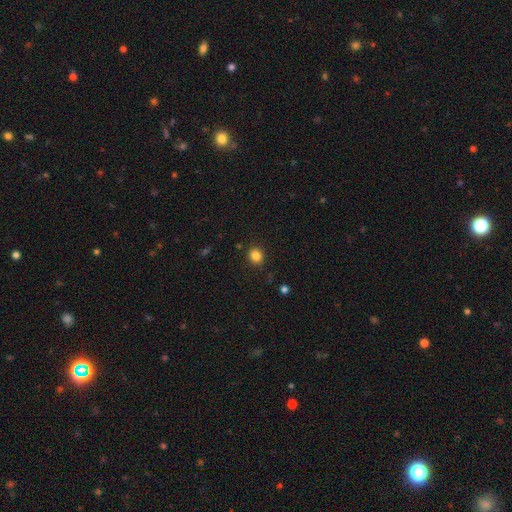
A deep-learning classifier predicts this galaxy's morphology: This is clearly a smooth galaxy (84%). How rounded: likely round (78%). Merging: clearly none (89%).